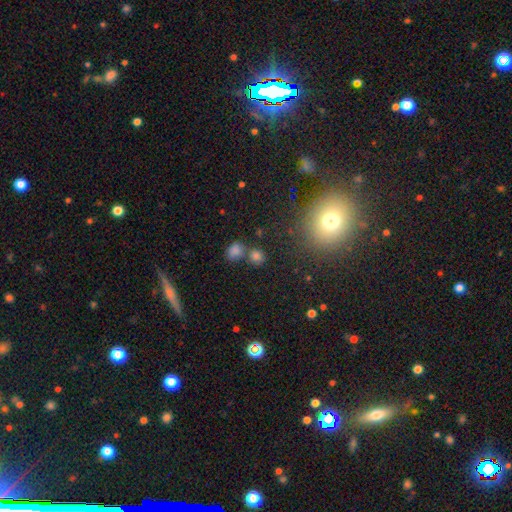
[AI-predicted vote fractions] Smooth or featured? smooth (71%)
How rounded? round (75%)
Merging? none (68%)